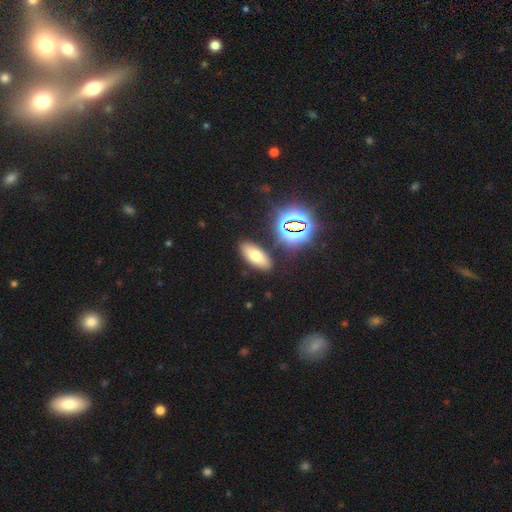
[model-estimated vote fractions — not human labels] Smooth or featured? Predicted: smooth (p=0.63). How rounded? Predicted: in between (p=0.83). Merging? Predicted: none (p=0.85).